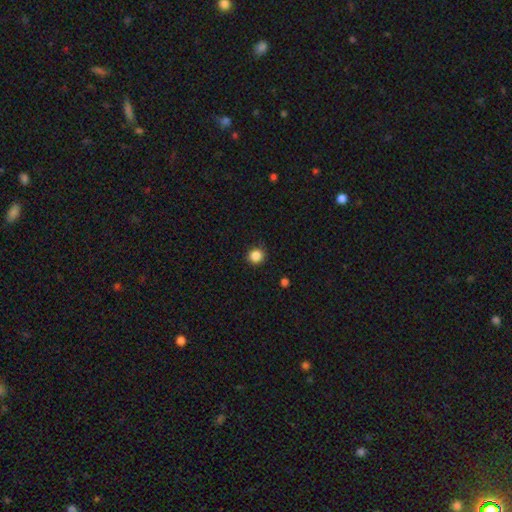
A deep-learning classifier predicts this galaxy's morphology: This is clearly a smooth galaxy (86%). How rounded: clearly round (93%). Merging: clearly none (90%).